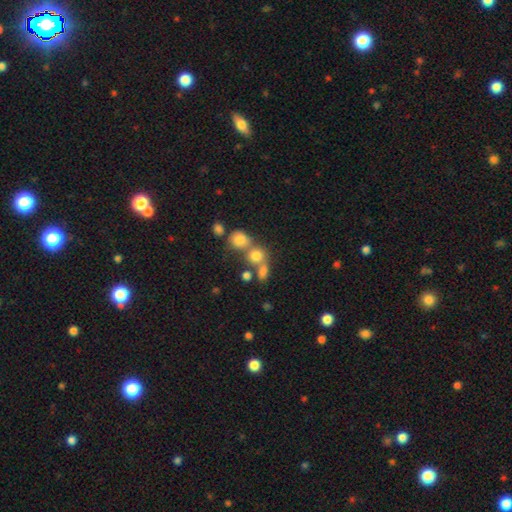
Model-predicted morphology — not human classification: Smooth or featured? smooth (71%)
How rounded? round (77%)
Merging? none (45%)